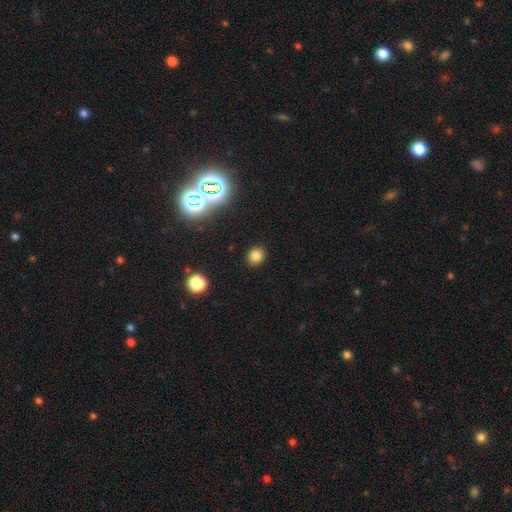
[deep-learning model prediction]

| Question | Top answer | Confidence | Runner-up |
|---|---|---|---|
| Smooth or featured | smooth | 78% | star or artifact (16%) |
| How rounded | round | 69% | in between (30%) |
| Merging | none | 90% | minor disturbance (7%) |